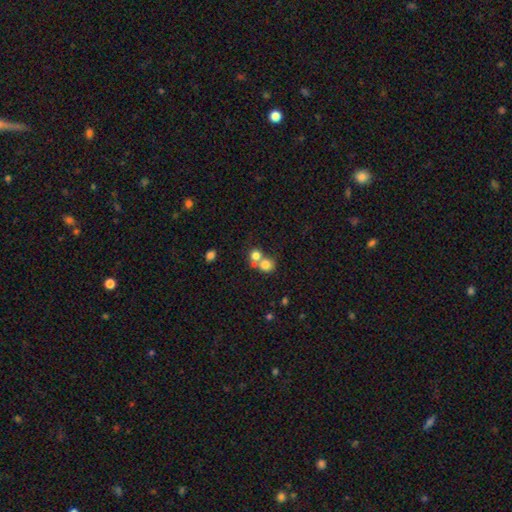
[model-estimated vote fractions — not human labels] Smooth or featured?
  - smooth: 76% *
  - star or artifact: 12%
  - featured or disk: 12%
How rounded?
  - round: 82% *
  - in between: 17%
  - cigar-shaped: 1%
Merging?
  - merger: 53% *
  - none: 38%
  - minor disturbance: 6%
  - major disturbance: 3%